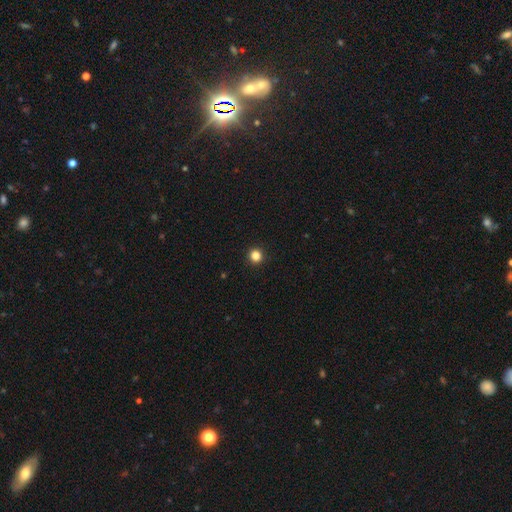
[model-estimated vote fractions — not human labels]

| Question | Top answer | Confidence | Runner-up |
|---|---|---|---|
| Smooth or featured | smooth | 84% | star or artifact (13%) |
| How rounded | round | 95% | in between (4%) |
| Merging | none | 94% | minor disturbance (4%) |